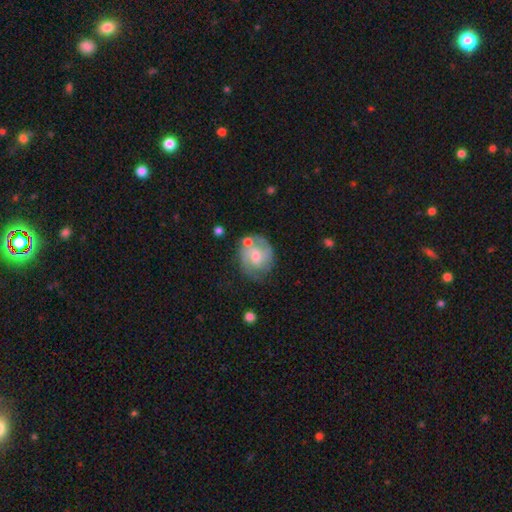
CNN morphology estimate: type=featured or disk (74%); edge-on=no (98%); bar=weak (49%); spiral arms=yes (93%); winding=medium (46%); arm count=2 (71%); bulge=moderate (45%); merging=none (62%).